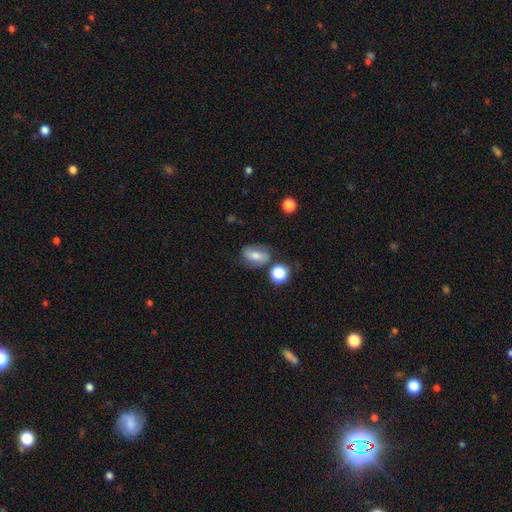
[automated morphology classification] Q: Smooth or featured?
A: smooth (62%); runner-up: featured or disk (27%)
Q: How rounded?
A: in between (73%); runner-up: round (23%)
Q: Merging?
A: none (67%); runner-up: minor disturbance (18%)